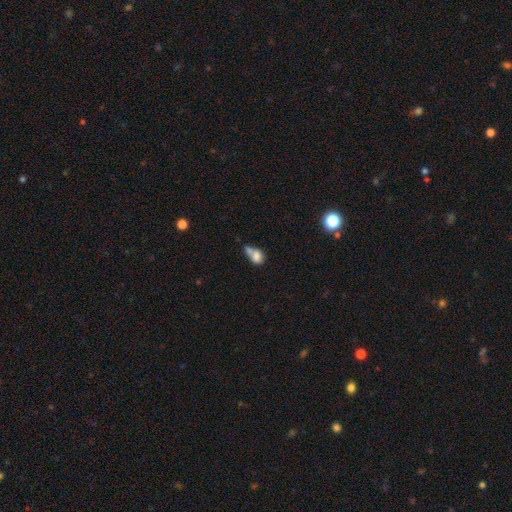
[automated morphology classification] smooth-or-featured: smooth: 75% | featured or disk: 15% | star or artifact: 10%
  how-rounded: in between: 57% | round: 41% | cigar-shaped: 2%
  merging: merger: 54% | none: 23% | minor disturbance: 14% | major disturbance: 9%